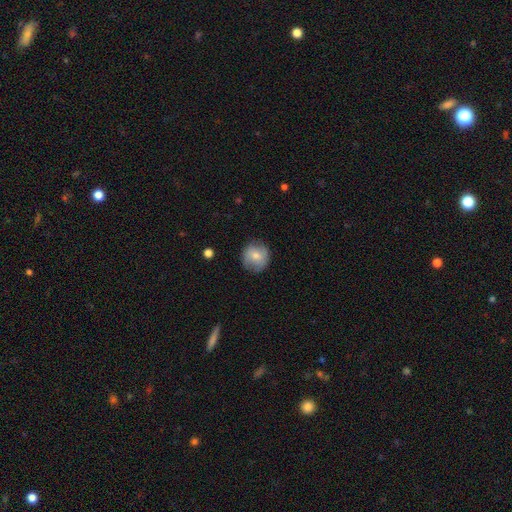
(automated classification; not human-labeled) Smooth or featured?
  - smooth: 68% *
  - featured or disk: 25%
  - star or artifact: 8%
How rounded?
  - round: 90% *
  - in between: 9%
  - cigar-shaped: 1%
Merging?
  - none: 80% *
  - minor disturbance: 15%
  - major disturbance: 4%
  - merger: 1%